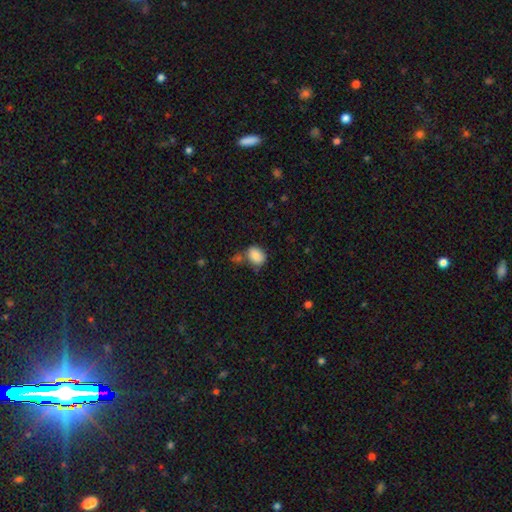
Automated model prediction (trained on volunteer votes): smooth-or-featured: smooth: 85% | star or artifact: 8% | featured or disk: 7%
  how-rounded: in between: 64% | round: 34% | cigar-shaped: 1%
  merging: none: 58% | minor disturbance: 20% | merger: 15% | major disturbance: 6%